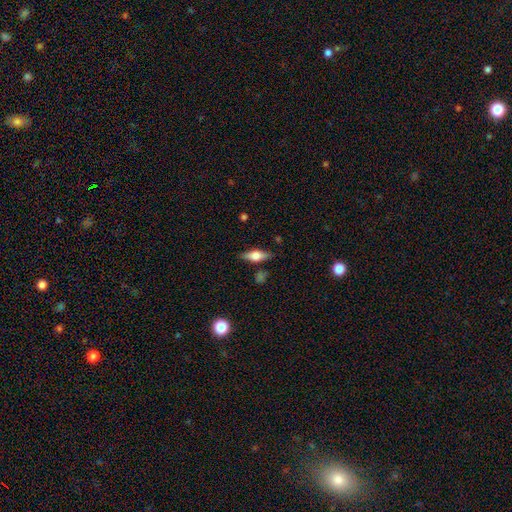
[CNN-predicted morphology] A featured or disk galaxy (49%). Merging: none (83%).